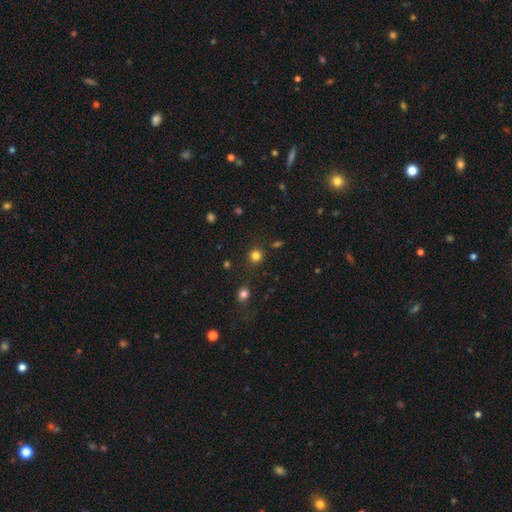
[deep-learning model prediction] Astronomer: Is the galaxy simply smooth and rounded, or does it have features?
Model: smooth — 79%.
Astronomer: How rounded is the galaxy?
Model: round — 92%.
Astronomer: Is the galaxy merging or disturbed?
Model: none — 86%.